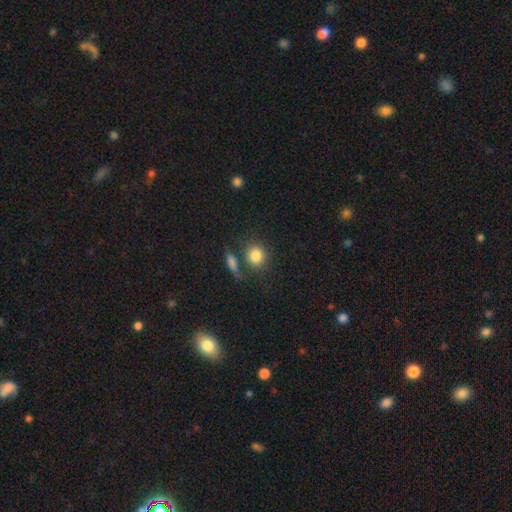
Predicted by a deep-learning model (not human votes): A smooth galaxy with no disk features (83%) that is round (78%). Merging: none (62%).